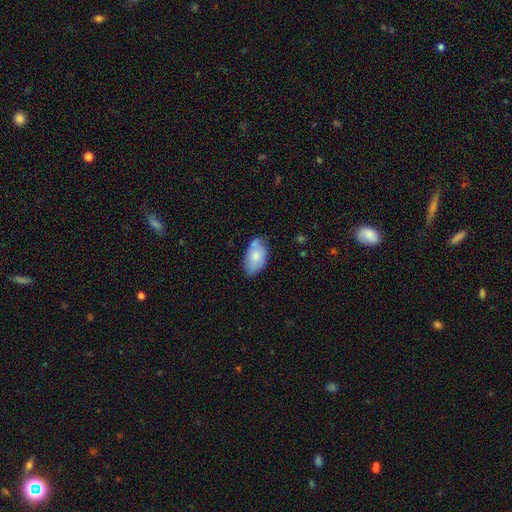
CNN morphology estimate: smooth_or_featured: smooth (p=0.76) [alt: featured or disk p=0.17]
how_rounded: in between (p=0.94) [alt: round p=0.05]
merging: none (p=0.63) [alt: minor disturbance p=0.28]